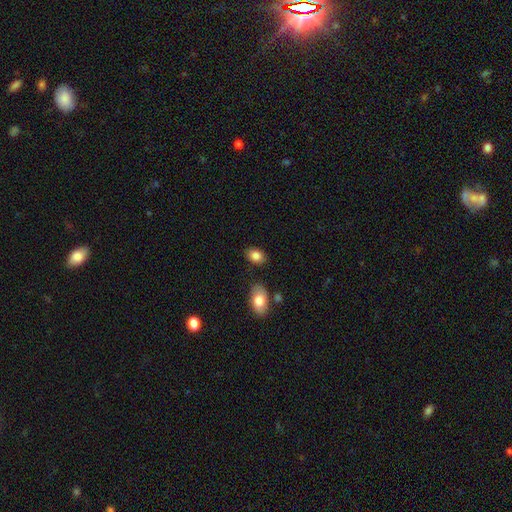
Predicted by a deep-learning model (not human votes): A smooth galaxy with no disk features (84%) that is in between round and cigar-shaped (82%). Merging: none (80%).